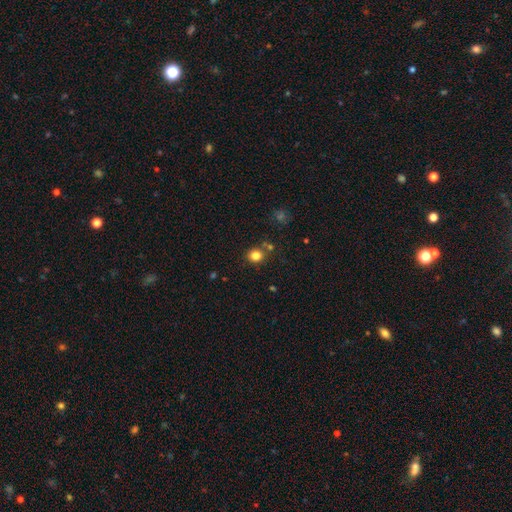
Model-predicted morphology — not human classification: This appears to be a smooth galaxy with no disk features (81%) that is round (83%). Merging: none (79%).